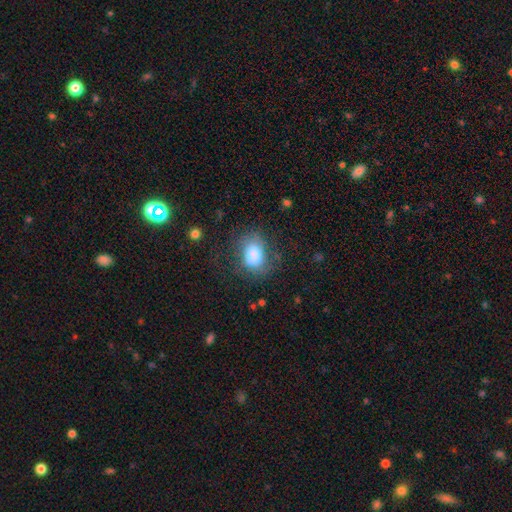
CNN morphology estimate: Smooth or featured? Predicted: smooth (p=0.78). How rounded? Predicted: in between (p=0.64). Merging? Predicted: none (p=0.61).